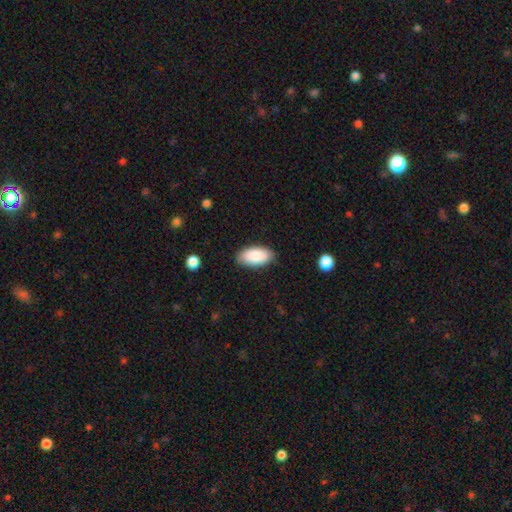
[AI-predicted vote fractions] smooth 87%, featured or disk 7%, star or artifact 6%. Down the decision tree: how rounded — in between (94%); merging — none (84%).